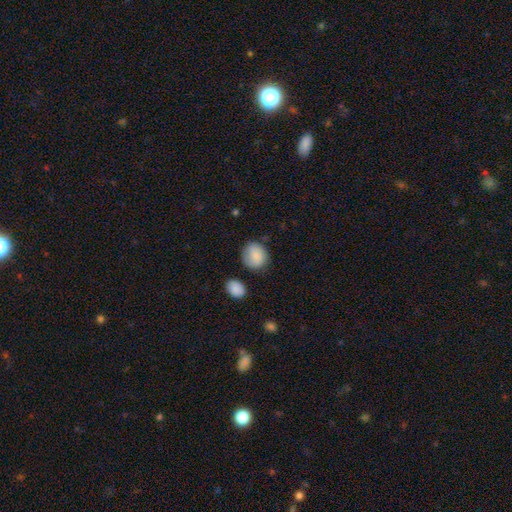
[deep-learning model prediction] A smooth galaxy with no disk features (83%) that is round (69%). Merging: none (72%).